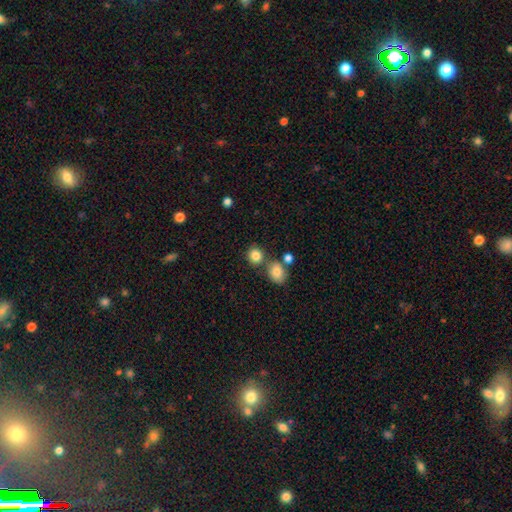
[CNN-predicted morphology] type=smooth (83%); roundness=round (82%); merging=none (69%).